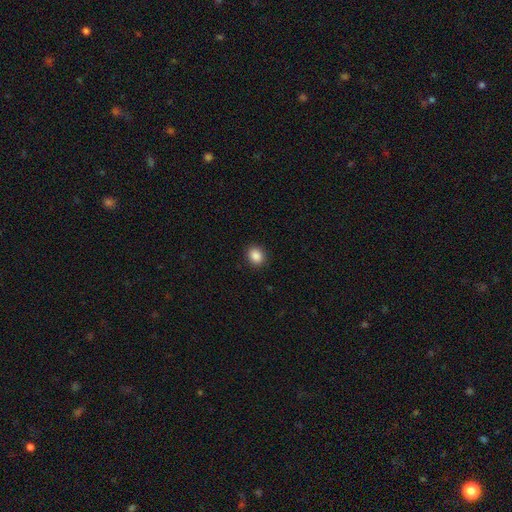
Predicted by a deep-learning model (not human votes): smooth-or-featured: smooth: 88% | star or artifact: 9% | featured or disk: 3%
  how-rounded: round: 59% | in between: 40% | cigar-shaped: 1%
  merging: none: 90% | minor disturbance: 7% | major disturbance: 2% | merger: 1%